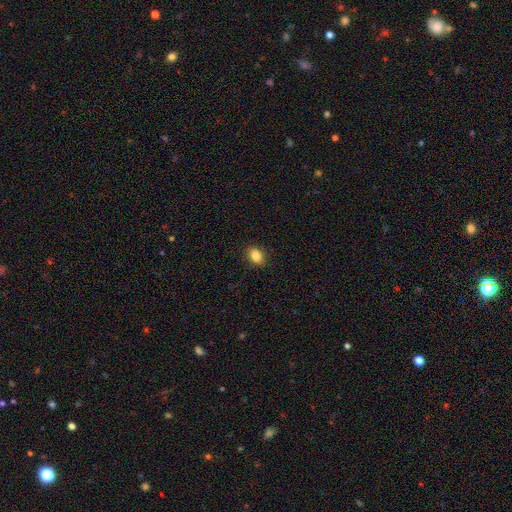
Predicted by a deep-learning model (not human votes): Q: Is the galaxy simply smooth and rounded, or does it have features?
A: smooth — 86%.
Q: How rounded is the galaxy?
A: in between — 73%.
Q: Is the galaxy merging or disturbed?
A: none — 89%.